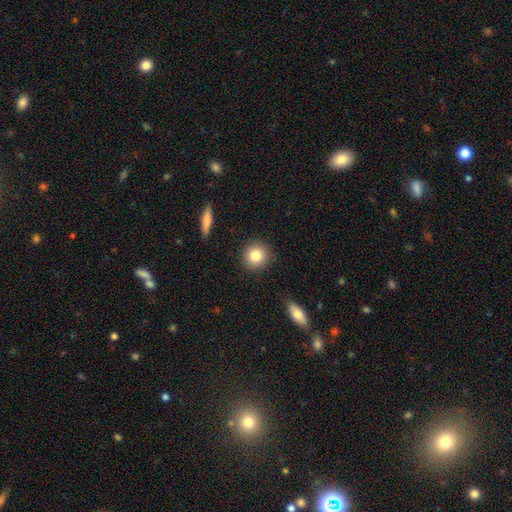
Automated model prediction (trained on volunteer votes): This appears to be a smooth galaxy with no disk features (83%) that is round (91%). Merging: none (90%).